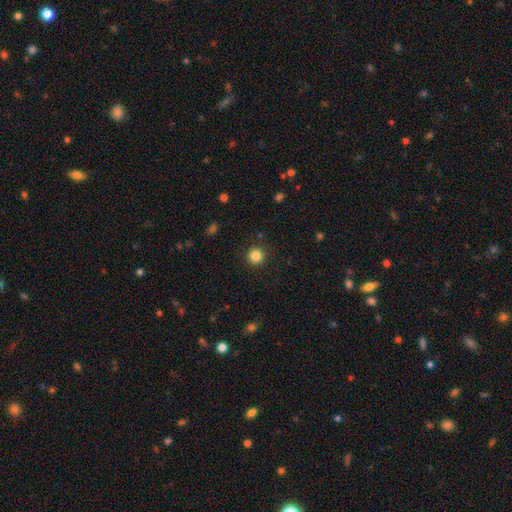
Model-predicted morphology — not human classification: This appears to be a smooth galaxy with no disk features (84%) that is round (95%). Merging: none (91%).